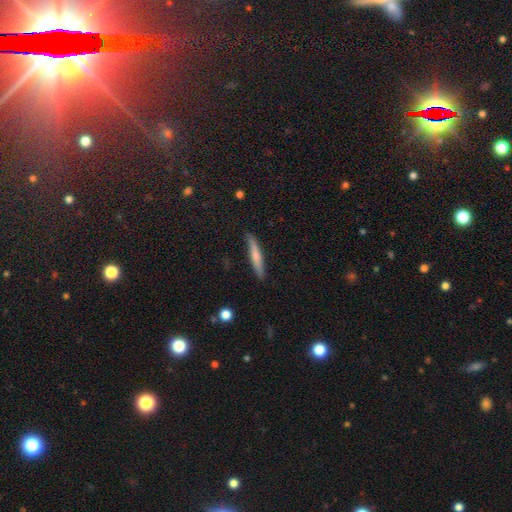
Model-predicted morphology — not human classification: Q: Smooth or featured?
A: smooth (65%); runner-up: featured or disk (29%)
Q: How rounded?
A: cigar-shaped (94%); runner-up: in between (5%)
Q: Merging?
A: none (87%); runner-up: minor disturbance (10%)